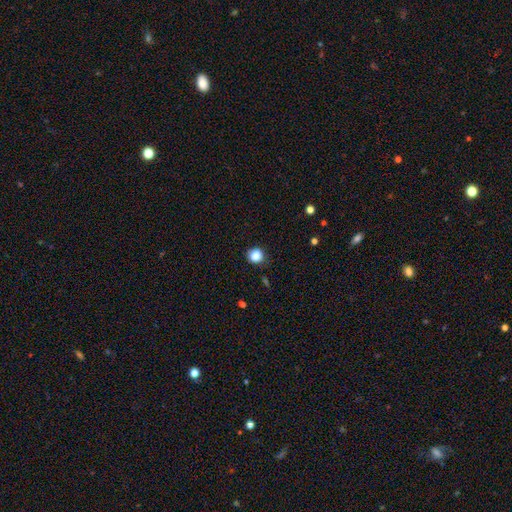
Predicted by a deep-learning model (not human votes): Smooth or featured? smooth (86%)
How rounded? round (91%)
Merging? none (89%)